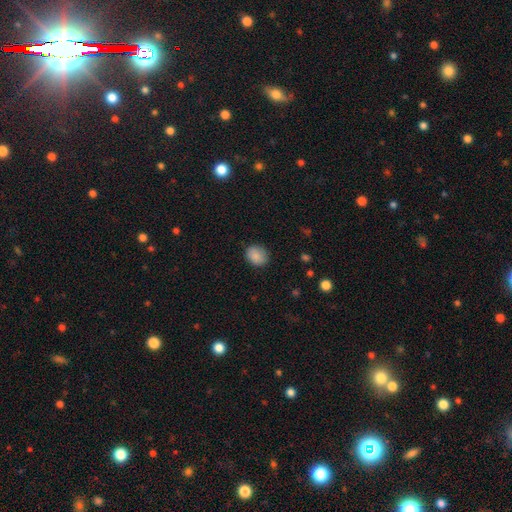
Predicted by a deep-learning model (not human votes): Smooth or featured?
  - smooth: 87% *
  - star or artifact: 8%
  - featured or disk: 5%
How rounded?
  - round: 54% *
  - in between: 45%
  - cigar-shaped: 1%
Merging?
  - none: 83% *
  - minor disturbance: 13%
  - major disturbance: 3%
  - merger: 1%